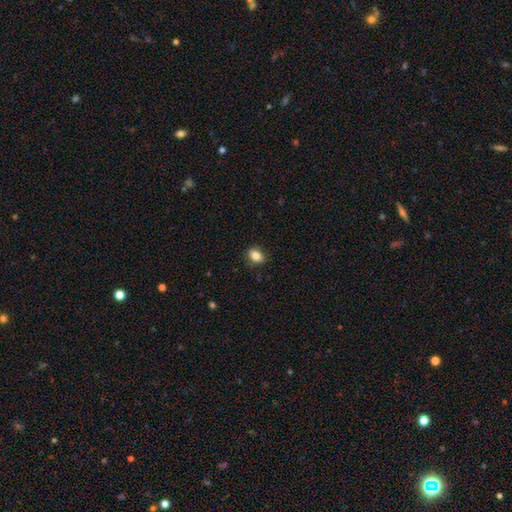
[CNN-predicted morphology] Smooth or featured? Predicted: smooth (p=0.83). How rounded? Predicted: in between (p=0.77). Merging? Predicted: none (p=0.84).